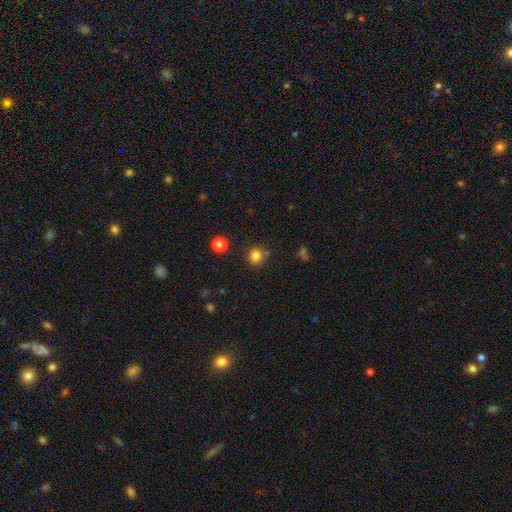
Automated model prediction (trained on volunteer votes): A smooth galaxy with no disk features (82%) that is round (89%).

Vote fractions:
- Smooth or featured? smooth: 82% / star or artifact: 13% / featured or disk: 5%
- How rounded? round: 89% / in between: 10% / cigar-shaped: 1%
- Merging? none: 79% / minor disturbance: 11% / merger: 7% / major disturbance: 3%